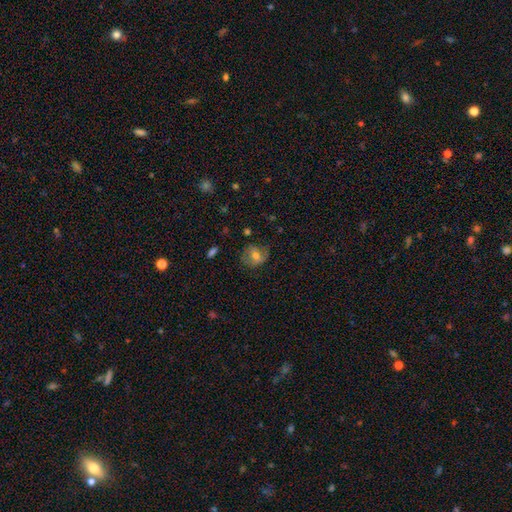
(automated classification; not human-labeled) Smooth or featured? smooth (55%)
How rounded? round (62%)
Merging? none (65%)